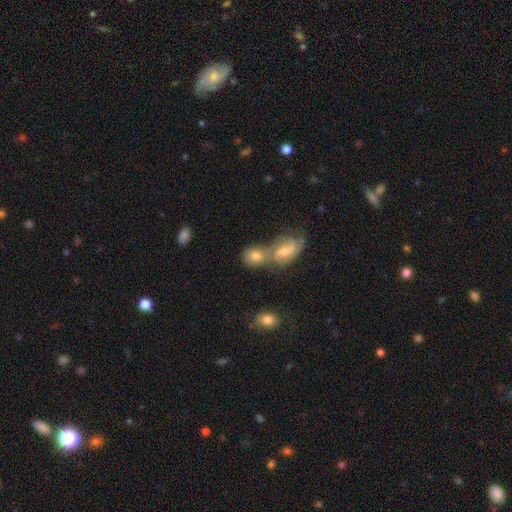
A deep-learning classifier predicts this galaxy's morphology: Q: Smooth or featured?
A: smooth (63%); runner-up: featured or disk (27%)
Q: How rounded?
A: in between (60%); runner-up: round (37%)
Q: Merging?
A: merger (55%); runner-up: none (30%)